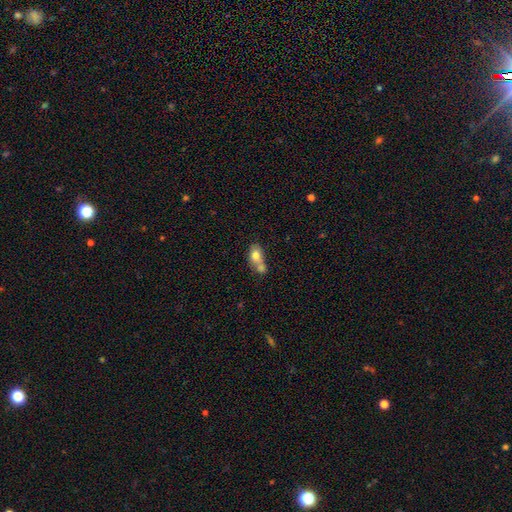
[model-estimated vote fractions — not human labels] A smooth galaxy with no disk features (73%) that is in between round and cigar-shaped (73%).

Vote fractions:
- Smooth or featured? smooth: 73% / featured or disk: 18% / star or artifact: 8%
- How rounded? in between: 73% / round: 23% / cigar-shaped: 4%
- Merging? merger: 60% / none: 24% / minor disturbance: 11% / major disturbance: 5%